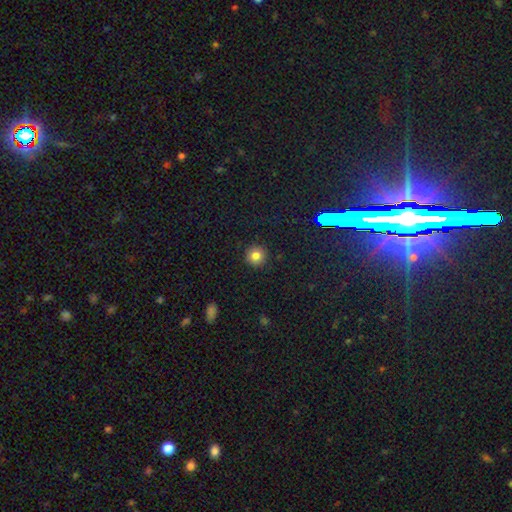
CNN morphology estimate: A smooth galaxy with no disk features (80%) that is round (95%). Merging: none (92%).